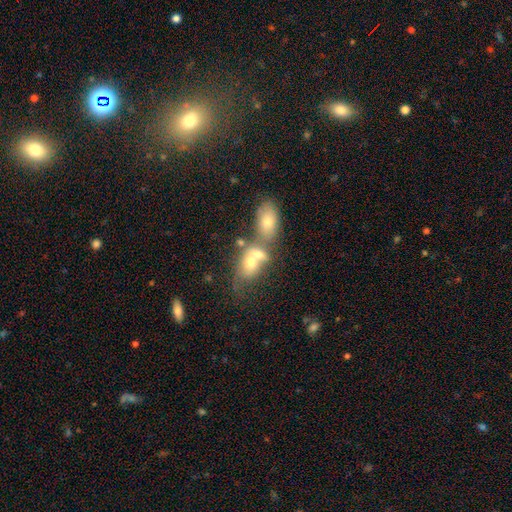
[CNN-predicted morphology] smooth-or-featured: smooth: 57% | featured or disk: 29% | star or artifact: 14%
  how-rounded: in between: 70% | round: 26% | cigar-shaped: 4%
  merging: merger: 66% | none: 20% | minor disturbance: 8% | major disturbance: 6%